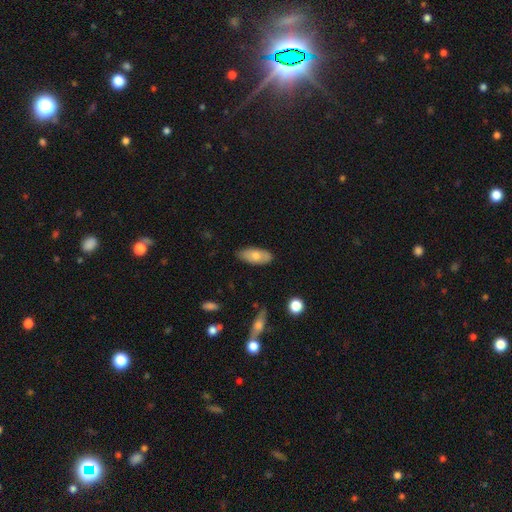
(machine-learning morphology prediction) Smooth or featured? Predicted: smooth (p=0.70). How rounded? Predicted: in between (p=0.86). Merging? Predicted: none (p=0.80).